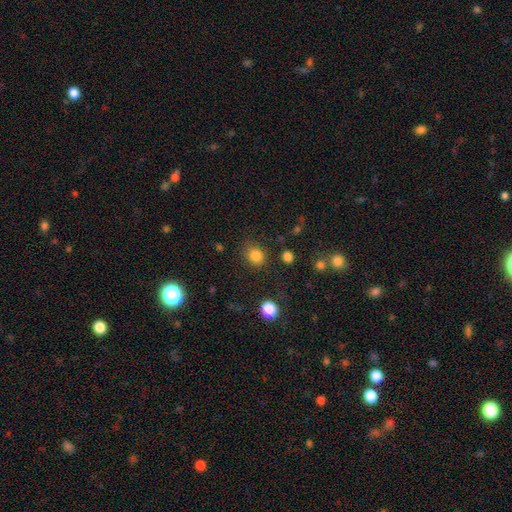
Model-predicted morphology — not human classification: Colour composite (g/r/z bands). It shows a smooth galaxy with no disk features (83%) that is round (70%). Merging: none (80%).